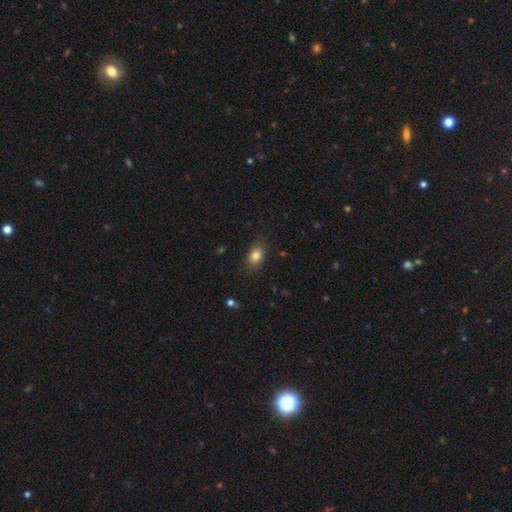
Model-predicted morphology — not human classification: type=smooth (82%); roundness=in between (82%); merging=none (82%).